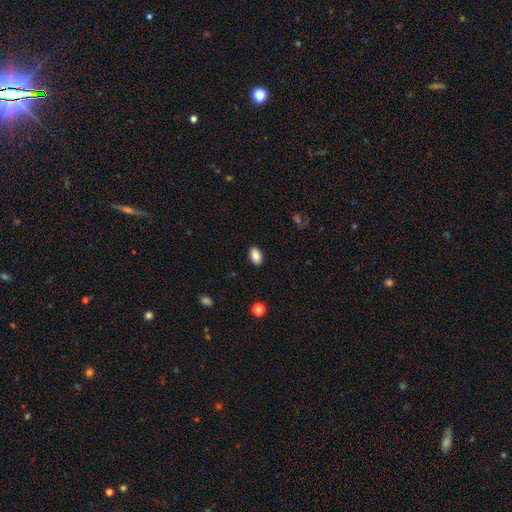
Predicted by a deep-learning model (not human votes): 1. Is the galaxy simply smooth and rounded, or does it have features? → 87% smooth, 8% star or artifact, 5% featured or disk.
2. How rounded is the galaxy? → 90% in between, 8% round, 1% cigar-shaped.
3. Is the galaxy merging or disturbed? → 89% none, 8% minor disturbance, 2% major disturbance, 1% merger.